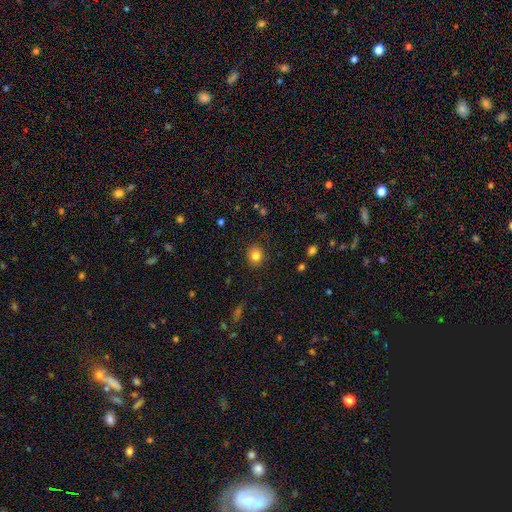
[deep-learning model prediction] Smooth or featured?
  - smooth: 83% *
  - star or artifact: 11%
  - featured or disk: 6%
How rounded?
  - round: 73% *
  - in between: 26%
  - cigar-shaped: 1%
Merging?
  - none: 86% *
  - minor disturbance: 10%
  - major disturbance: 3%
  - merger: 1%